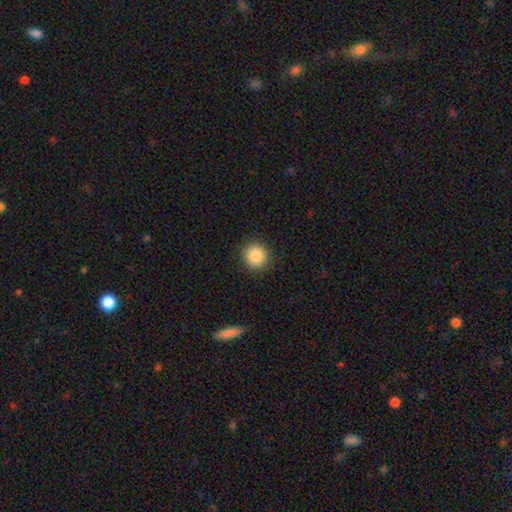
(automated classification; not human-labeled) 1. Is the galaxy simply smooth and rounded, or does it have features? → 87% smooth, 9% star or artifact, 4% featured or disk.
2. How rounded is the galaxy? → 91% round, 8% in between, 1% cigar-shaped.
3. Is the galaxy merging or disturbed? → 91% none, 6% minor disturbance, 2% major disturbance, 1% merger.